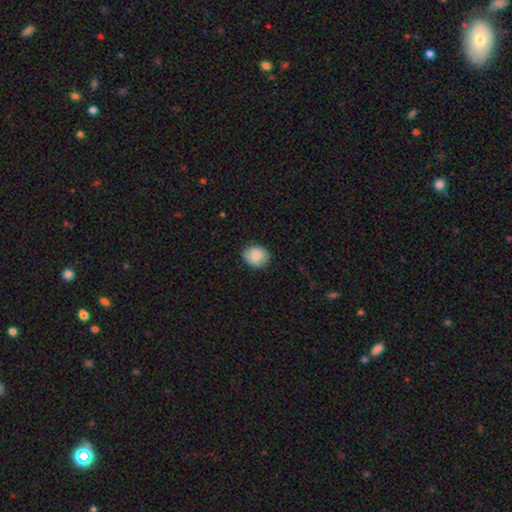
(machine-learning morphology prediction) smooth_or_featured: smooth (p=0.83) [alt: featured or disk p=0.10]
how_rounded: round (p=0.63) [alt: in between p=0.36]
merging: none (p=0.84) [alt: minor disturbance p=0.12]